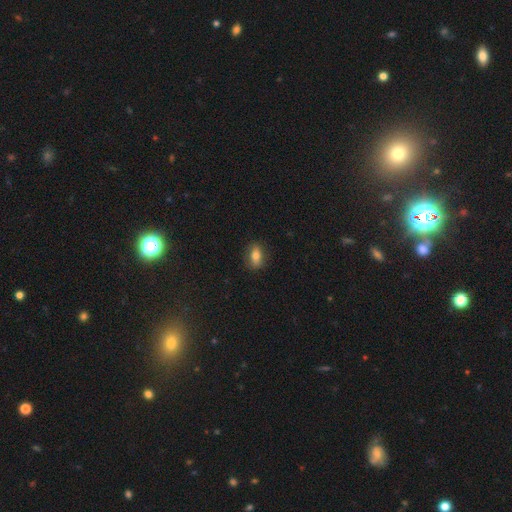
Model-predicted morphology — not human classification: This appears to be a smooth galaxy with no disk features (73%) that is in between round and cigar-shaped (77%). Merging: none (85%).